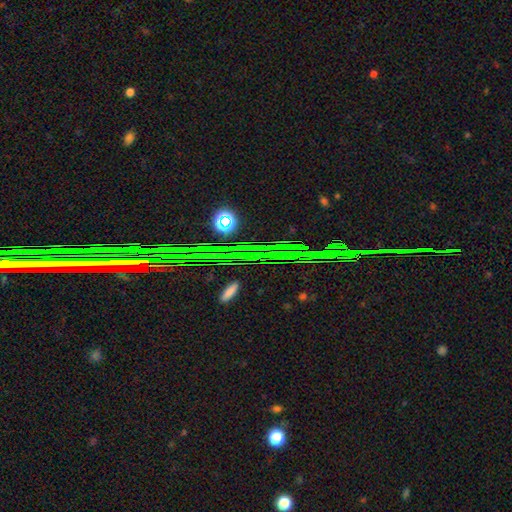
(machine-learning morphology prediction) smooth-or-featured: star or artifact: 82% | featured or disk: 10% | smooth: 8%